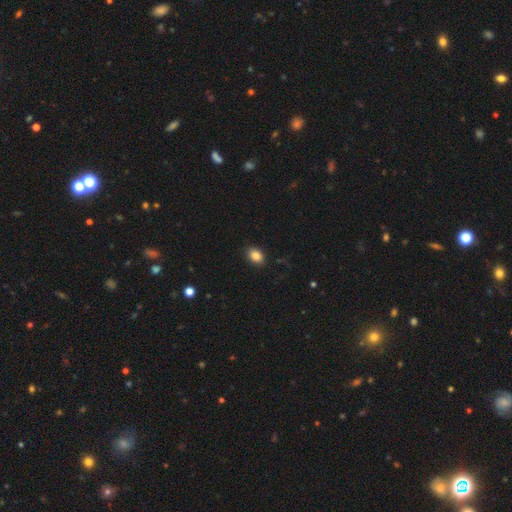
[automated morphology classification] This appears to be a smooth galaxy with no disk features (86%) that is in between round and cigar-shaped (79%). Merging: none (88%).